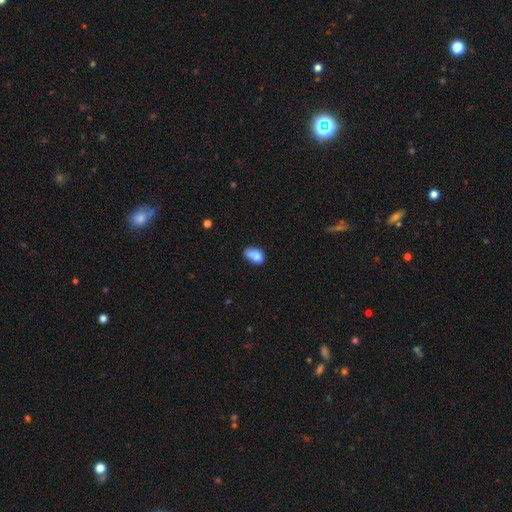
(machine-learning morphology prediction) smooth-or-featured: smooth: 78% | featured or disk: 13% | star or artifact: 9%
  how-rounded: in between: 81% | round: 17% | cigar-shaped: 2%
  merging: none: 36% | minor disturbance: 32% | merger: 20% | major disturbance: 13%